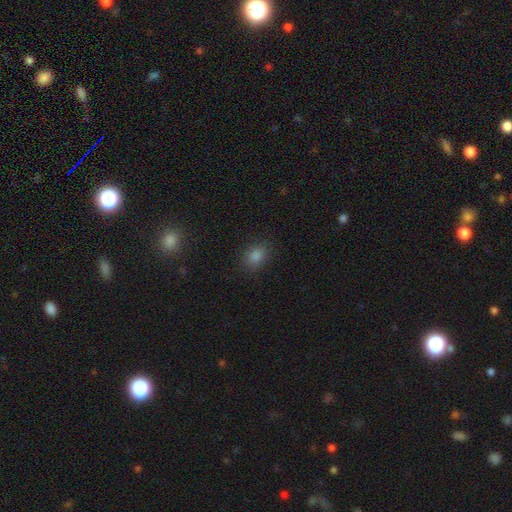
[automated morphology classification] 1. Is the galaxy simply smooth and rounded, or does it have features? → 80% smooth, 14% star or artifact, 5% featured or disk.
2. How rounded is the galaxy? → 66% in between, 32% round, 1% cigar-shaped.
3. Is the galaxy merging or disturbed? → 87% none, 9% minor disturbance, 3% major disturbance, 1% merger.